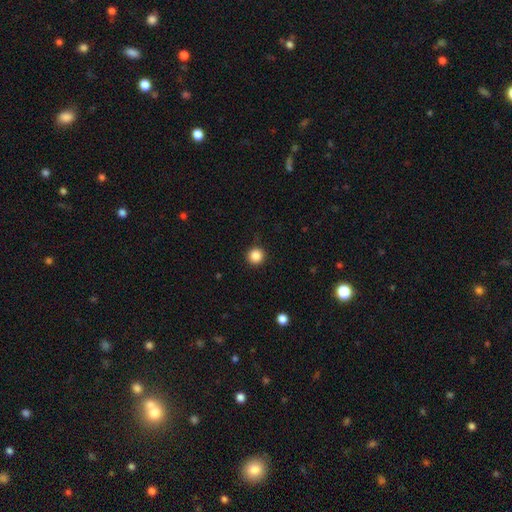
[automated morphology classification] smooth 86%, star or artifact 11%, featured or disk 4%. Down the decision tree: how rounded — round (95%); merging — none (91%).